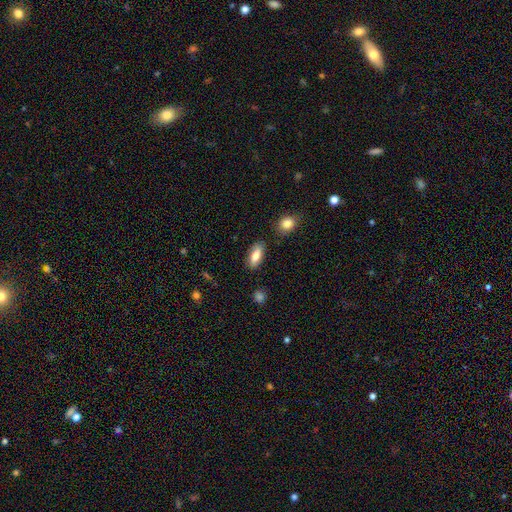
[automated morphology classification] Smooth or featured? smooth (78%)
How rounded? in between (81%)
Merging? none (83%)